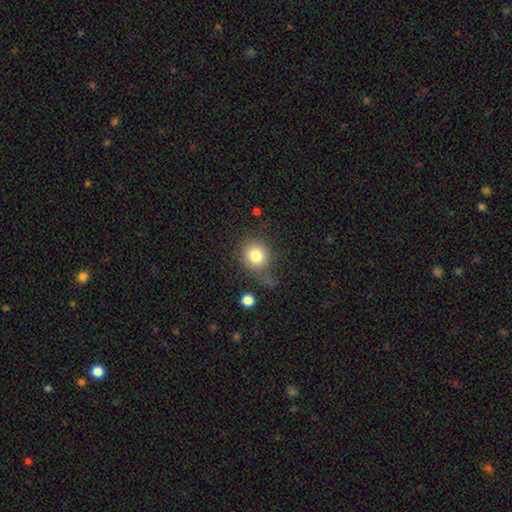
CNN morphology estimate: smooth 81%, star or artifact 10%, featured or disk 9%. Down the decision tree: how rounded — round (85%); merging — none (62%).